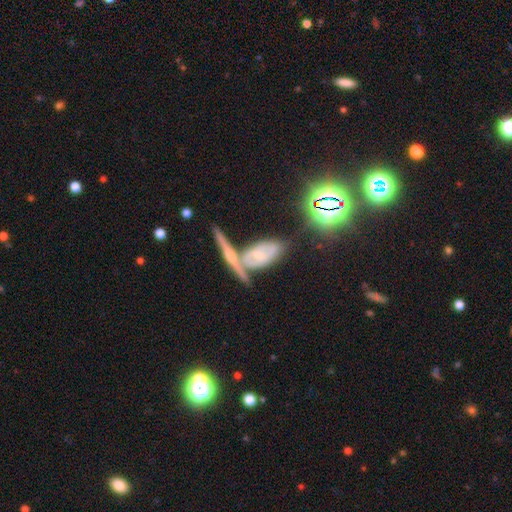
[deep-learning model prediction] Smooth or featured? featured or disk (50%)
Edge-on disk? no (54%)
Merging? none (41%)